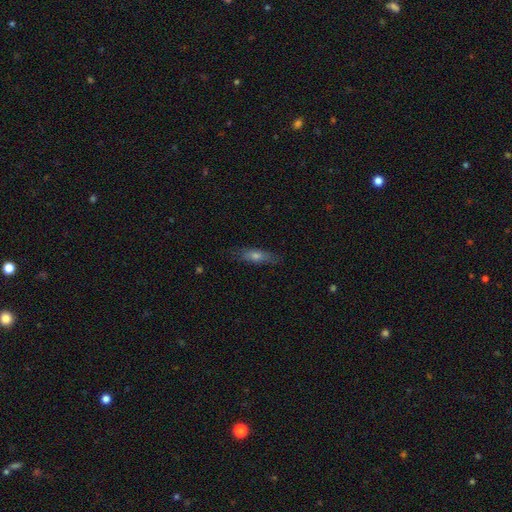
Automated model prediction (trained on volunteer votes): smooth 52%, featured or disk 38%, star or artifact 10%. Down the decision tree: how rounded — cigar-shaped (63%); merging — none (81%).